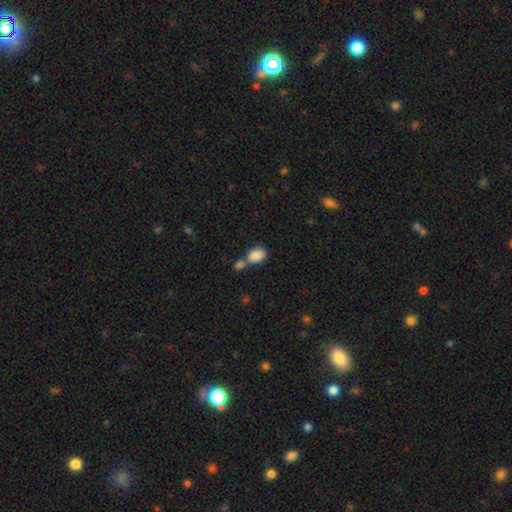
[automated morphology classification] Smooth or featured? Predicted: smooth (p=0.85). How rounded? Predicted: in between (p=0.84). Merging? Predicted: merger (p=0.49).